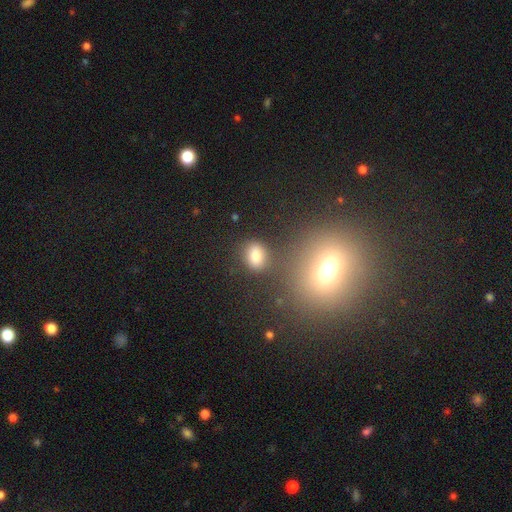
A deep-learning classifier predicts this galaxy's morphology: A smooth galaxy with no disk features (80%) that is in between round and cigar-shaped (68%). Merging: none (75%).